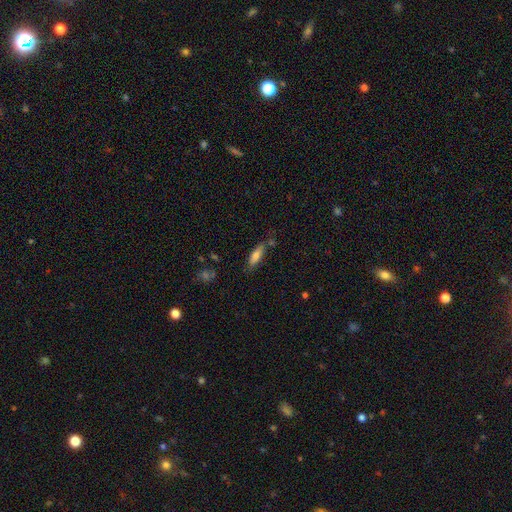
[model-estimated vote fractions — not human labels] smooth-or-featured: smooth: 74% | featured or disk: 19% | star or artifact: 7%
  how-rounded: cigar-shaped: 54% | in between: 45% | round: 2%
  merging: none: 68% | minor disturbance: 20% | merger: 7% | major disturbance: 5%